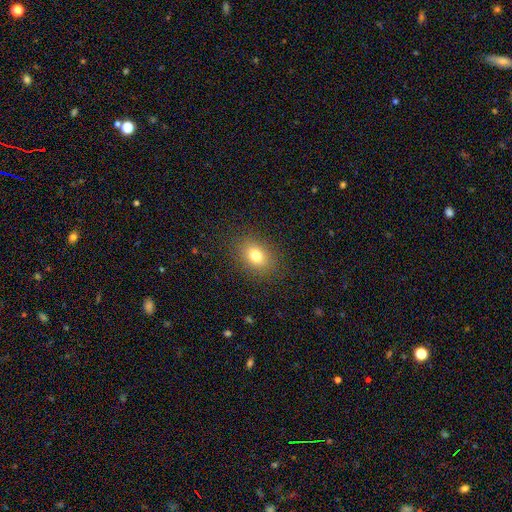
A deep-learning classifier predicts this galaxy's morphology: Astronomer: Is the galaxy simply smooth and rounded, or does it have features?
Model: smooth — 78%.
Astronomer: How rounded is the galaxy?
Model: in between — 67%.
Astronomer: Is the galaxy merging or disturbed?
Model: none — 87%.